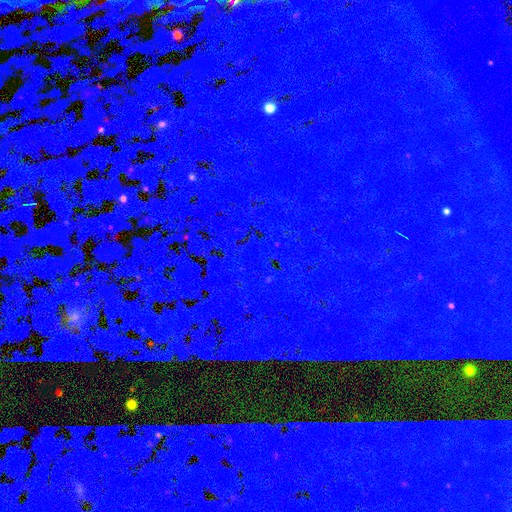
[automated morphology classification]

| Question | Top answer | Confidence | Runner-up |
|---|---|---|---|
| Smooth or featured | star or artifact | 86% | smooth (7%) |